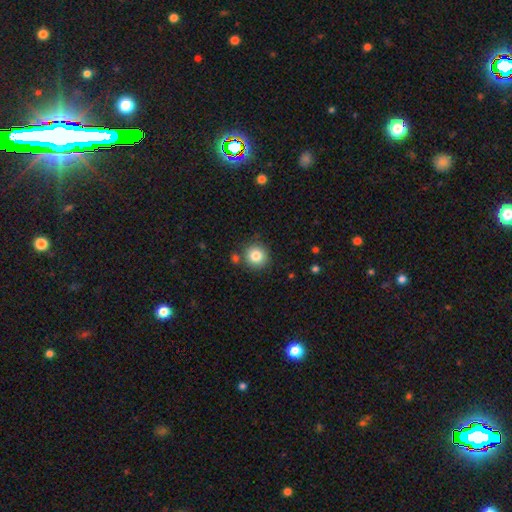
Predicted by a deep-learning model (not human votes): Morphology: type=smooth (83%); roundness=round (93%); merging=none (83%).